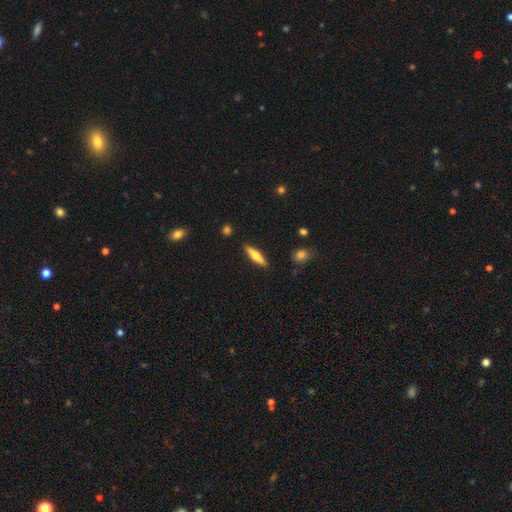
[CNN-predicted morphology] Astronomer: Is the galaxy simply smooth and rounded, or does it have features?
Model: smooth — 53% (runner-up: featured or disk, 41%).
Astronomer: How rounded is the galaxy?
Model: cigar-shaped — 79%.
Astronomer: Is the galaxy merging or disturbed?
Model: none — 89%.